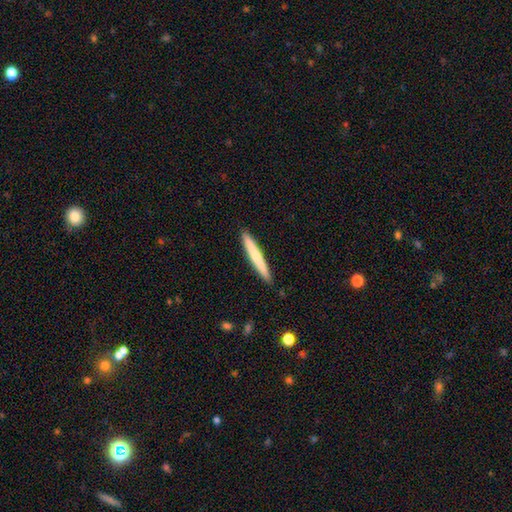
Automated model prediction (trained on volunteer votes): smooth-or-featured: smooth: 63% | featured or disk: 32% | star or artifact: 5%
  how-rounded: cigar-shaped: 96% | in between: 3% | round: 1%
  merging: none: 91% | minor disturbance: 6% | major disturbance: 1% | merger: 1%